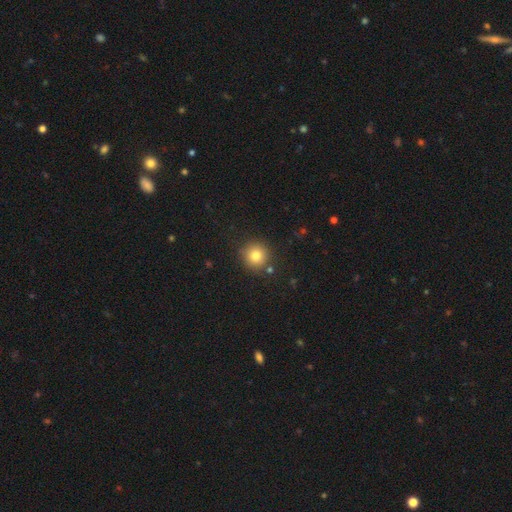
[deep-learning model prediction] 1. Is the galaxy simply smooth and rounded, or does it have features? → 80% smooth, 12% star or artifact, 8% featured or disk.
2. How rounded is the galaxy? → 93% round, 6% in between, 1% cigar-shaped.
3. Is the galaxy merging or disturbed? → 85% none, 8% minor disturbance, 4% merger, 3% major disturbance.